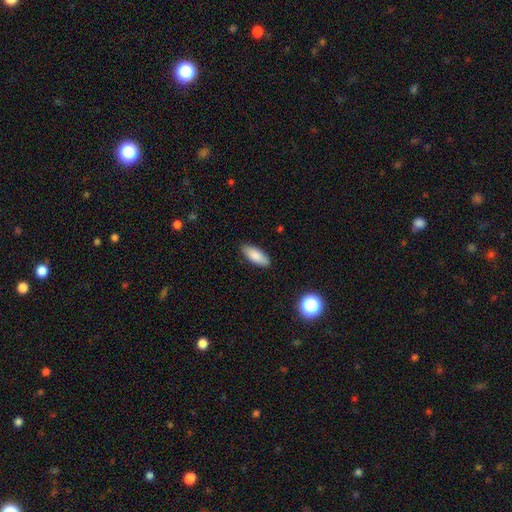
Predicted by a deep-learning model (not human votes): smooth-or-featured: smooth: 85% | featured or disk: 8% | star or artifact: 7%
  how-rounded: in between: 78% | cigar-shaped: 20% | round: 2%
  merging: none: 87% | minor disturbance: 10% | major disturbance: 2% | merger: 1%